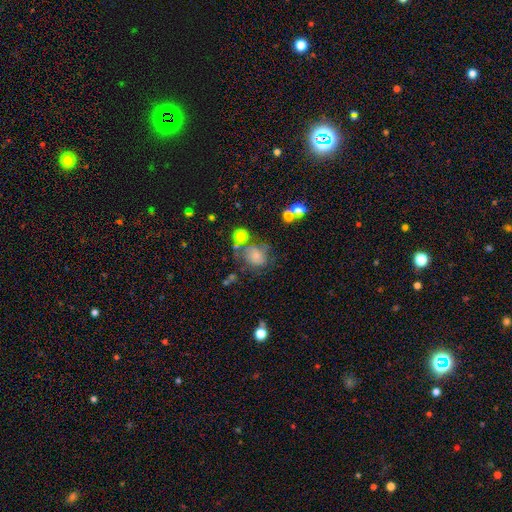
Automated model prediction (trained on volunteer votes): smooth 66%, featured or disk 20%, star or artifact 14%. Down the decision tree: how rounded — round (63%); merging — none (47%).